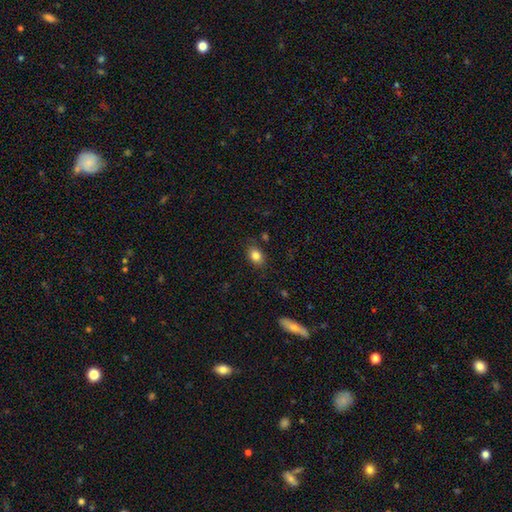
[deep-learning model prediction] Smooth or featured? Predicted: smooth (p=0.83). How rounded? Predicted: in between (p=0.74). Merging? Predicted: none (p=0.81).